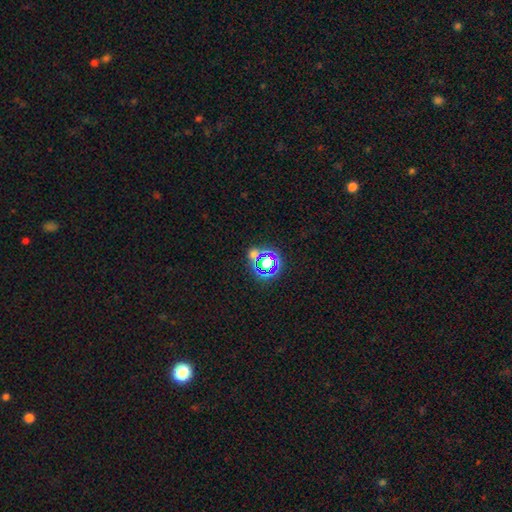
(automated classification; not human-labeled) This appears to be a star or artifact, not a galaxy (69%).